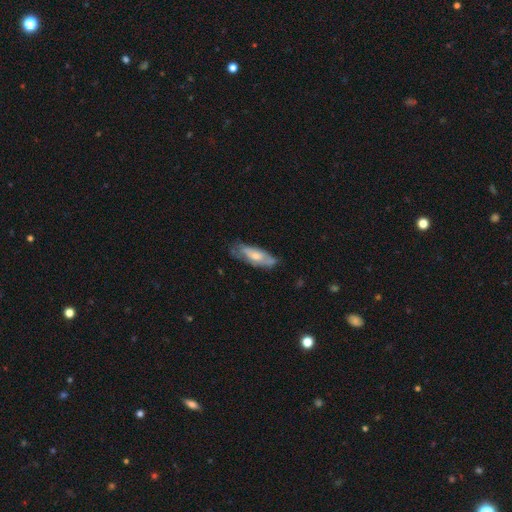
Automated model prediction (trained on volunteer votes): smooth-or-featured: smooth: 54% | featured or disk: 40% | star or artifact: 6%
  how-rounded: in between: 66% | cigar-shaped: 32% | round: 2%
  merging: none: 56% | minor disturbance: 31% | major disturbance: 10% | merger: 2%